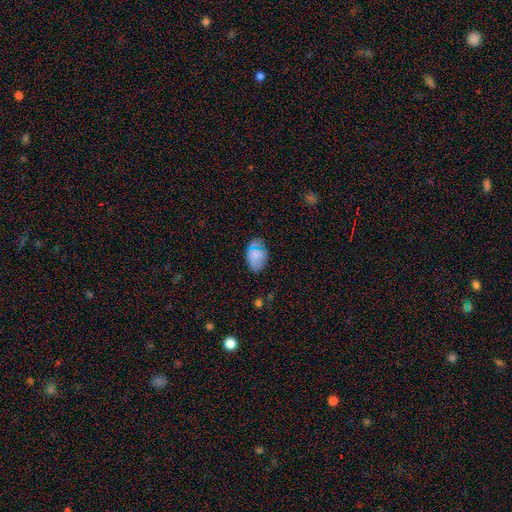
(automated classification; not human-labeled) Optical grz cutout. It shows a smooth galaxy with no disk features (78%) that is in between round and cigar-shaped (86%). Merging: none (72%).